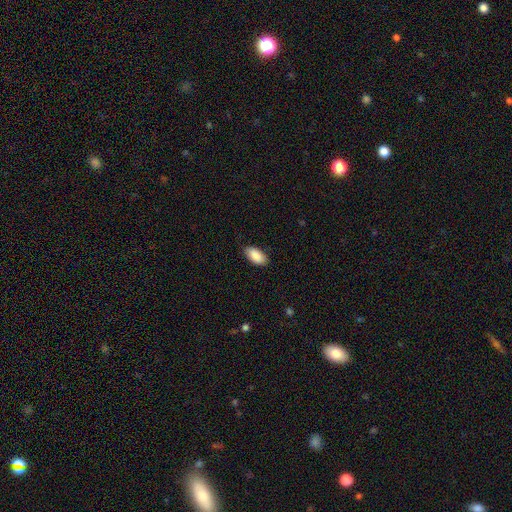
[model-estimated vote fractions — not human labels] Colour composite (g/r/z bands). It shows a smooth galaxy with no disk features (89%) that is in between round and cigar-shaped (94%). Merging: none (84%).